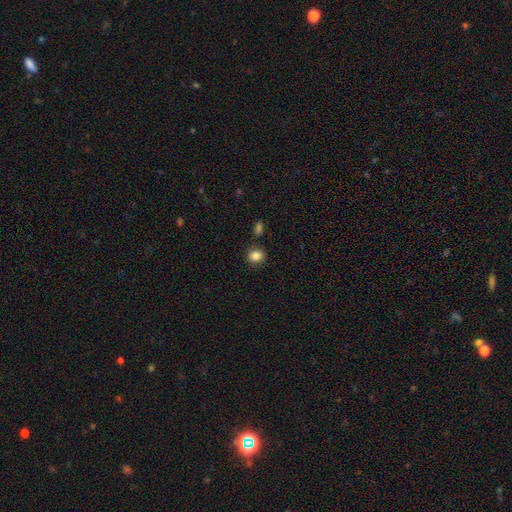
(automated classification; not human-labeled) Smooth or featured? Predicted: smooth (p=0.85). How rounded? Predicted: round (p=0.74). Merging? Predicted: none (p=0.84).